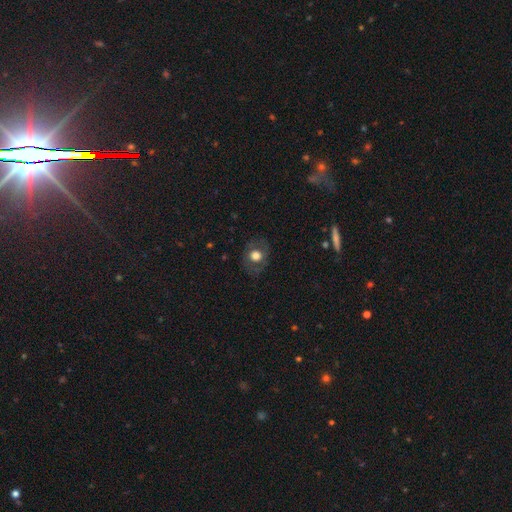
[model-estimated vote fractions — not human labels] smooth-or-featured: smooth: 59% | featured or disk: 30% | star or artifact: 11%
  how-rounded: round: 64% | in between: 35% | cigar-shaped: 1%
  merging: none: 79% | minor disturbance: 13% | major disturbance: 7% | merger: 1%